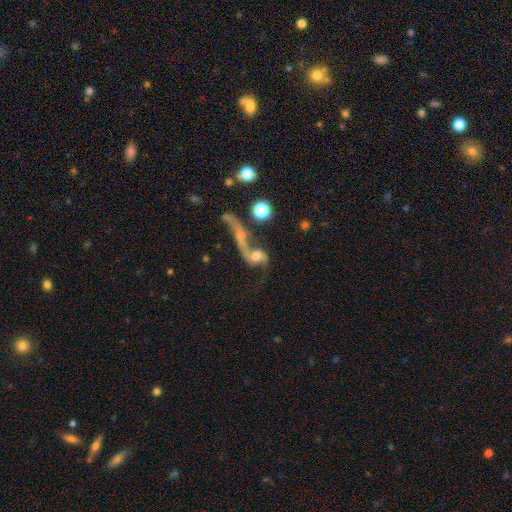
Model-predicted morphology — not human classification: smooth-or-featured: featured or disk: 56% | smooth: 31% | star or artifact: 14%
  disk-edge-on: no: 90% | yes: 10%
    bar: no: 68% | weak: 24% | strong: 7%
    has-spiral-arms: yes: 70% | no: 30%
    bulge-size: moderate: 35% | small: 25% | none: 20% | large: 16% | dominant: 4%
  merging: merger: 54% | none: 21% | major disturbance: 16% | minor disturbance: 9%